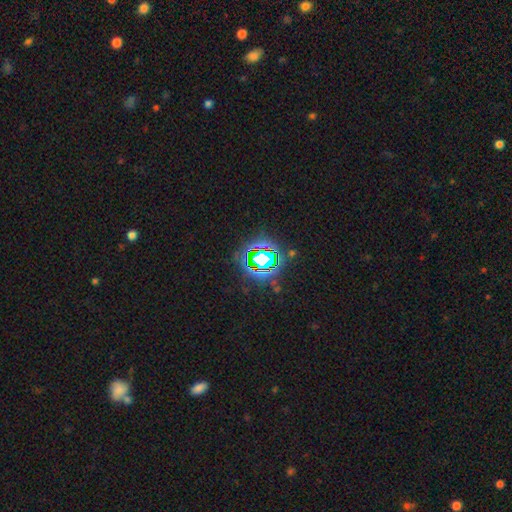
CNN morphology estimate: smooth_or_featured: star or artifact (p=0.78) [alt: smooth p=0.13]